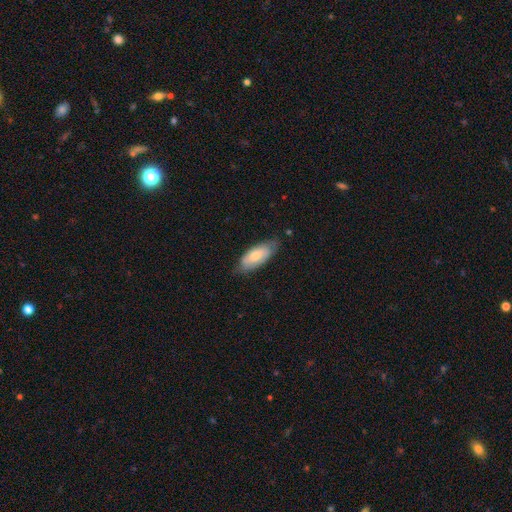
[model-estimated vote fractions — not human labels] The model was most divided on "smooth or featured": smooth: 63%, featured or disk: 31%, star or artifact: 6%. More confident: how rounded — in between (84%); merging — none (68%).